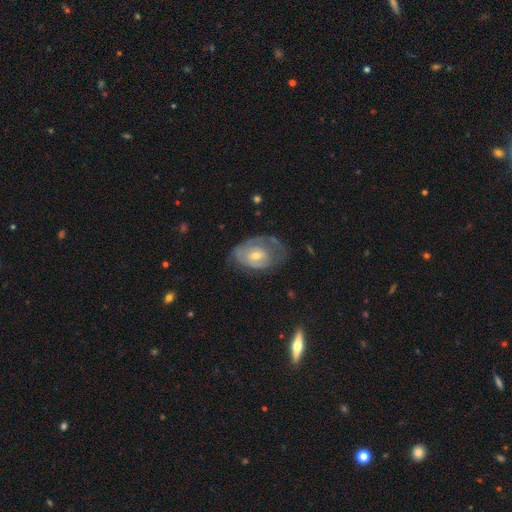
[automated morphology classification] Q: Smooth or featured?
A: featured or disk (62%); runner-up: smooth (32%)
Q: Edge-on disk?
A: no (95%); runner-up: yes (5%)
Q: Bar?
A: no (60%); runner-up: weak (34%)
Q: Spiral arms?
A: yes (63%); runner-up: no (37%)
Q: Bulge size?
A: moderate (49%); runner-up: small (46%)
Q: Merging?
A: none (40%); runner-up: minor disturbance (31%)